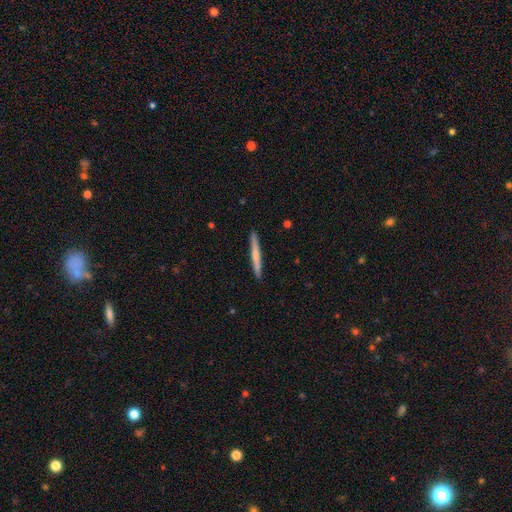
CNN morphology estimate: smooth 59%, featured or disk 36%, star or artifact 5%. Down the decision tree: how rounded — cigar-shaped (97%); merging — none (92%).